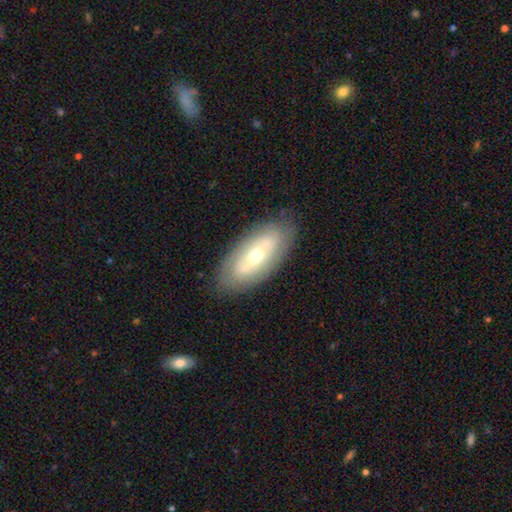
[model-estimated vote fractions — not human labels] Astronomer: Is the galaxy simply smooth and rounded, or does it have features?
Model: featured or disk — 56% (runner-up: smooth, 38%).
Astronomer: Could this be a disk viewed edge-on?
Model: no — 85%.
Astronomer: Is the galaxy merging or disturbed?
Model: none — 82%.